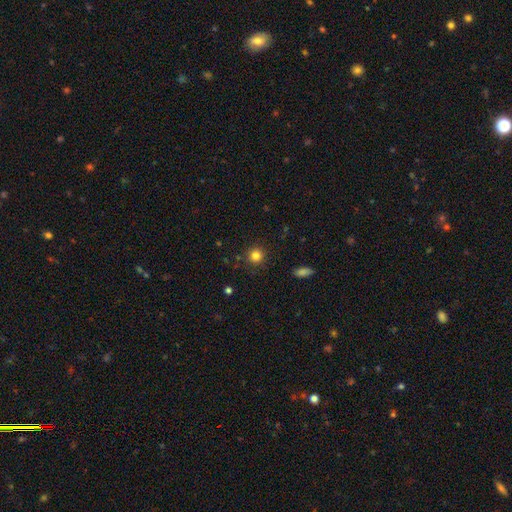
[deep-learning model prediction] Smooth or featured? Predicted: smooth (p=0.83). How rounded? Predicted: round (p=0.92). Merging? Predicted: none (p=0.89).